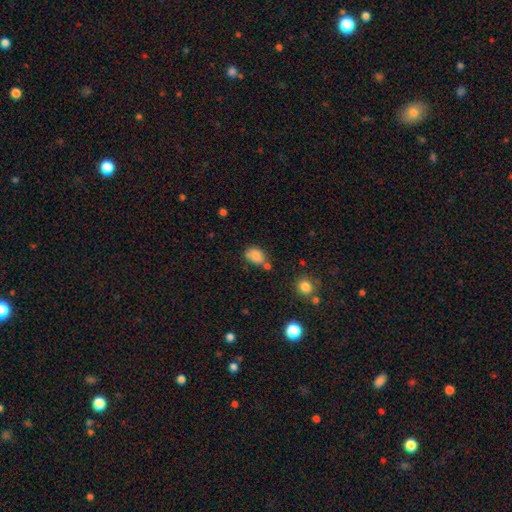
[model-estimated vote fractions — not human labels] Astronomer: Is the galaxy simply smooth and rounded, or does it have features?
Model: smooth — 79%.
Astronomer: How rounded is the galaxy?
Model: in between — 60% (runner-up: round, 39%).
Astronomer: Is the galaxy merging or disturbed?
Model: none — 54%.